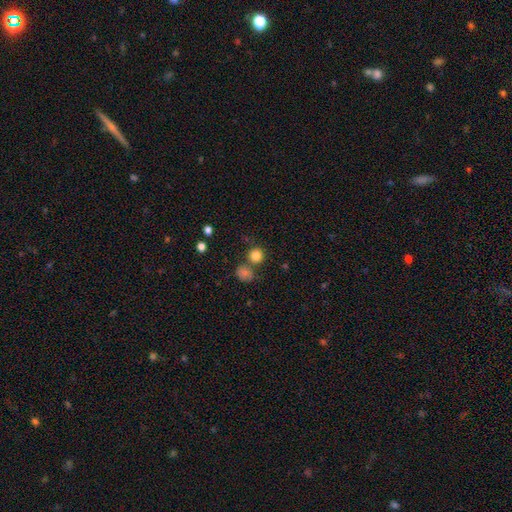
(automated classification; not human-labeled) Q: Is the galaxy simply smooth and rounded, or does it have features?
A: smooth — 83%.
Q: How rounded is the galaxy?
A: round — 89%.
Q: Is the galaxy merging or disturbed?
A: none — 63%.